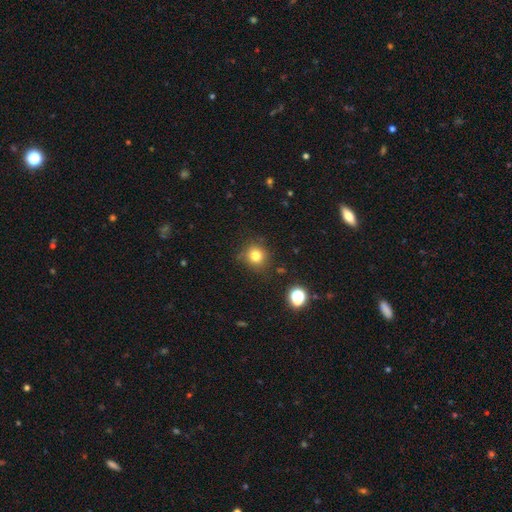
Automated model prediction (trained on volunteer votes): The model was most divided on "smooth or featured": smooth: 79%, star or artifact: 14%, featured or disk: 7%. More confident: how rounded — round (89%); merging — none (83%).